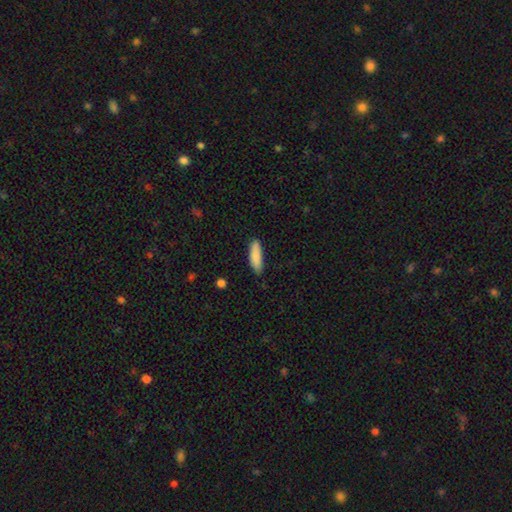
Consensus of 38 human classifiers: Smooth or featured: smooth — 95% (featured or disk — 5%)
How rounded: cigar-shaped — 83% (in between — 14%)
Merging: none — 79% (minor disturbance — 18%)